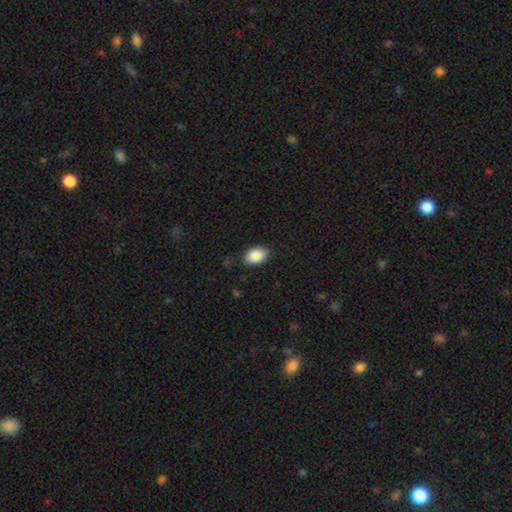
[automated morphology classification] Smooth or featured? Predicted: smooth (p=0.89). How rounded? Predicted: in between (p=0.85). Merging? Predicted: none (p=0.85).